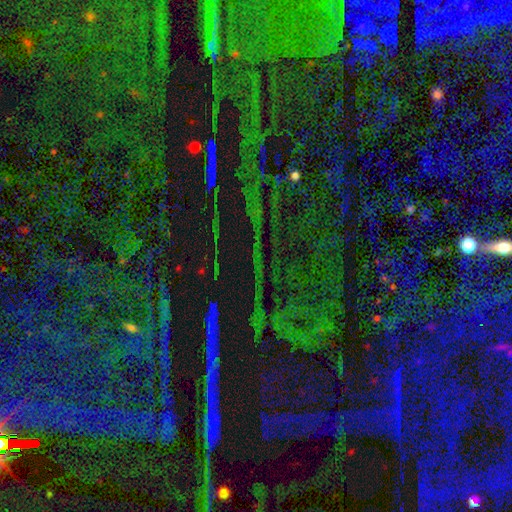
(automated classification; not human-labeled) Morphology: type=star or artifact (79%).